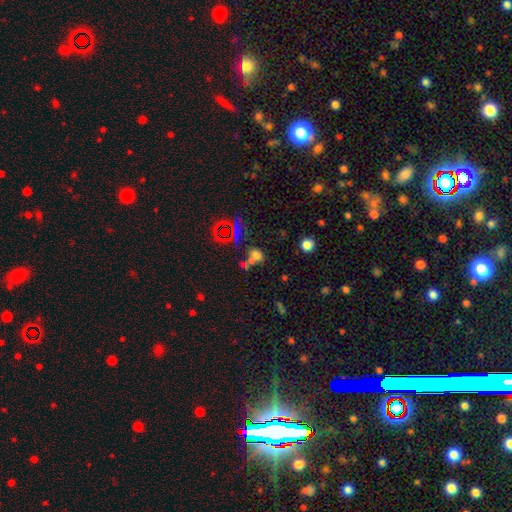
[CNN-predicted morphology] A smooth galaxy with no disk features (59%) that is in between round and cigar-shaped (55%).

Vote fractions:
- Smooth or featured? smooth: 59% / star or artifact: 29% / featured or disk: 12%
- How rounded? in between: 55% / round: 42% / cigar-shaped: 3%
- Merging? merger: 42% / none: 40% / minor disturbance: 11% / major disturbance: 7%